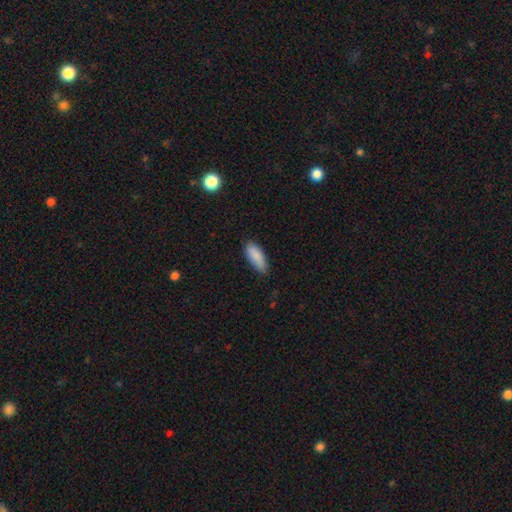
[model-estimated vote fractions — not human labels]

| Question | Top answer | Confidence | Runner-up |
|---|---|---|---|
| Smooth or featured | smooth | 88% | star or artifact (6%) |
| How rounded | in between | 77% | cigar-shaped (22%) |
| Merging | none | 73% | minor disturbance (23%) |